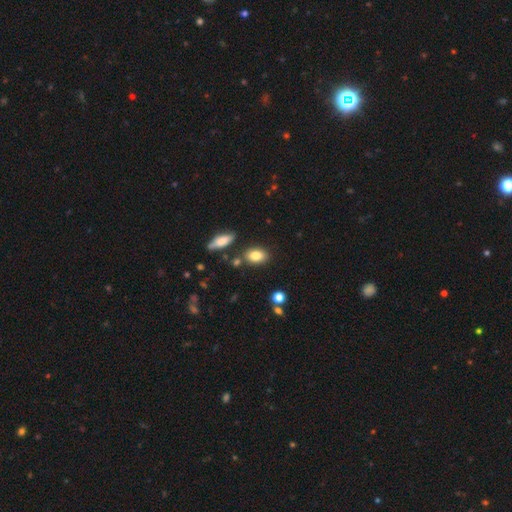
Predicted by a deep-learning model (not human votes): smooth-or-featured: smooth: 83% | star or artifact: 8% | featured or disk: 8%
  how-rounded: in between: 81% | round: 17% | cigar-shaped: 3%
  merging: none: 80% | minor disturbance: 11% | merger: 6% | major disturbance: 3%